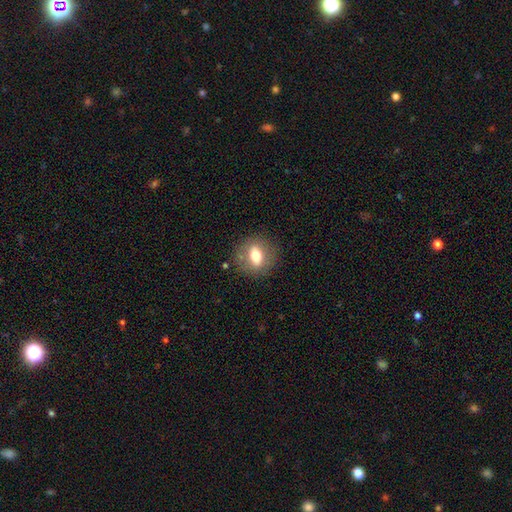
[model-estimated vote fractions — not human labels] Smooth or featured: smooth — 64% (featured or disk — 27%)
How rounded: round — 49% (in between — 47%)
Merging: none — 83% (minor disturbance — 11%)